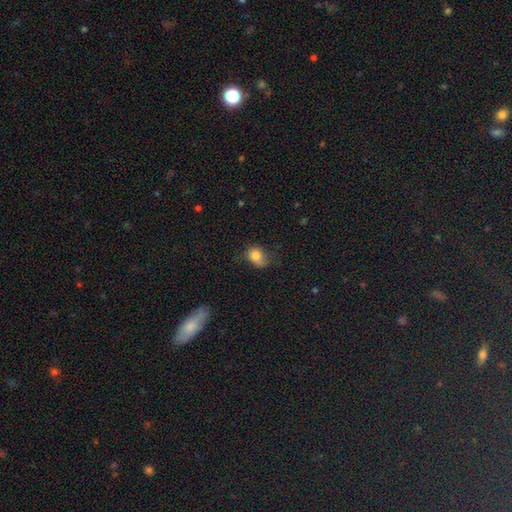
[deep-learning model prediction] Q: Smooth or featured?
A: smooth (79%); runner-up: featured or disk (11%)
Q: How rounded?
A: in between (54%); runner-up: round (45%)
Q: Merging?
A: none (44%); runner-up: minor disturbance (35%)